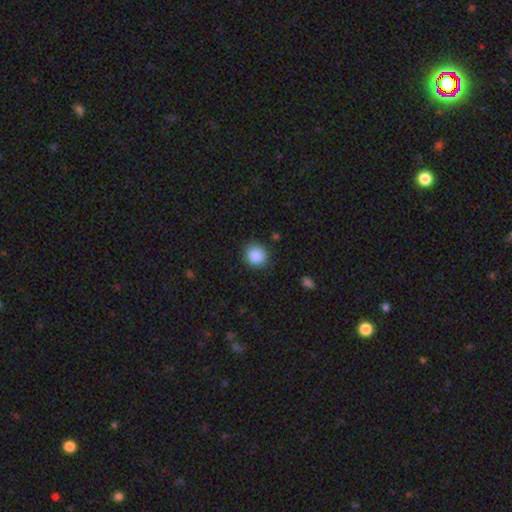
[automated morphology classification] Smooth or featured: smooth — 89% (star or artifact — 8%)
How rounded: round — 90% (in between — 9%)
Merging: none — 88% (minor disturbance — 9%)